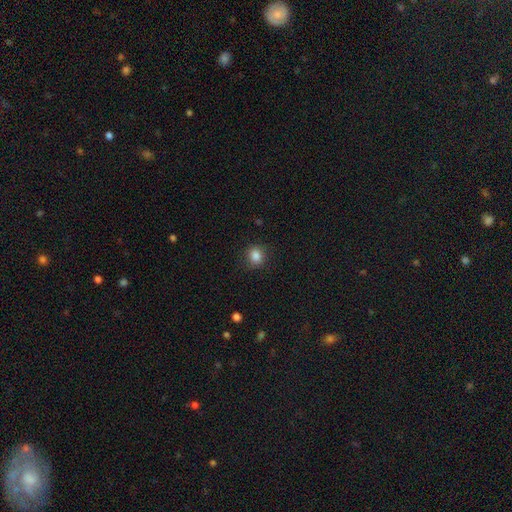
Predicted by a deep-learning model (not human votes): Morphology: type=smooth (85%); roundness=round (75%); merging=none (85%).